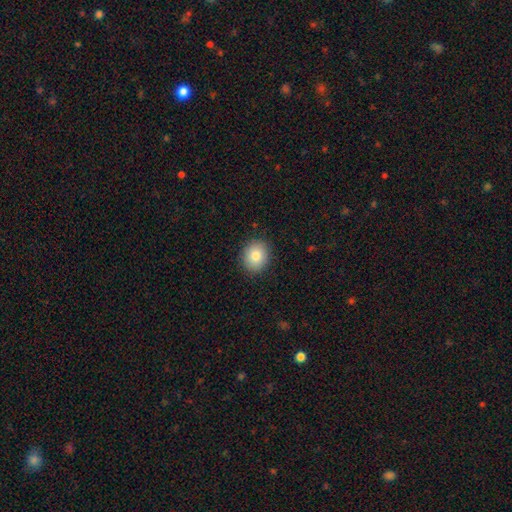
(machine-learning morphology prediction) smooth_or_featured: smooth (p=0.83) [alt: star or artifact p=0.08]
how_rounded: round (p=0.66) [alt: in between p=0.33]
merging: none (p=0.89) [alt: minor disturbance p=0.08]